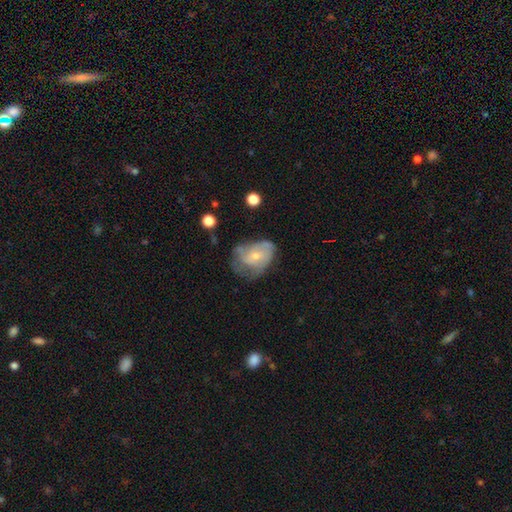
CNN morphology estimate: This is possibly a featured or disk galaxy (53%). It is clearly not viewed edge-on (96%). Bar: likely no (75%). Spiral arm pattern: possibly yes (58%). Central bulge: likely small (61%). Merging: marginally none (35%).